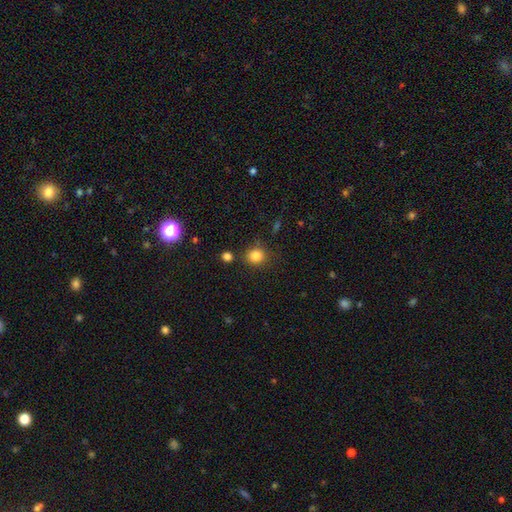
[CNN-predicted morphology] smooth-or-featured: smooth: 83% | star or artifact: 12% | featured or disk: 5%
  how-rounded: round: 85% | in between: 14% | cigar-shaped: 1%
  merging: none: 81% | minor disturbance: 10% | merger: 5% | major disturbance: 3%